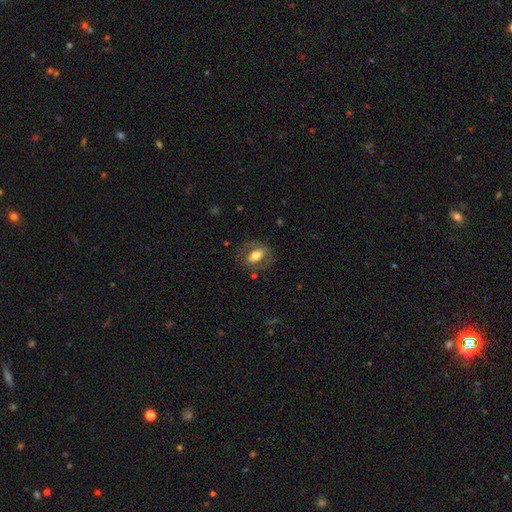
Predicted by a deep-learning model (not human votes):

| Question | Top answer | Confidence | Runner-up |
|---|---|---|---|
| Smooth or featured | smooth | 51% | featured or disk (42%) |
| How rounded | in between | 74% | round (23%) |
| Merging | none | 71% | minor disturbance (16%) |